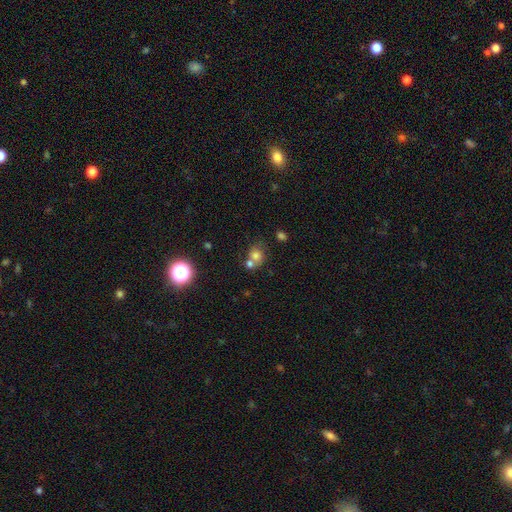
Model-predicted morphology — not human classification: Q: Smooth or featured?
A: smooth (71%); runner-up: star or artifact (16%)
Q: How rounded?
A: round (71%); runner-up: in between (28%)
Q: Merging?
A: merger (46%); runner-up: none (41%)